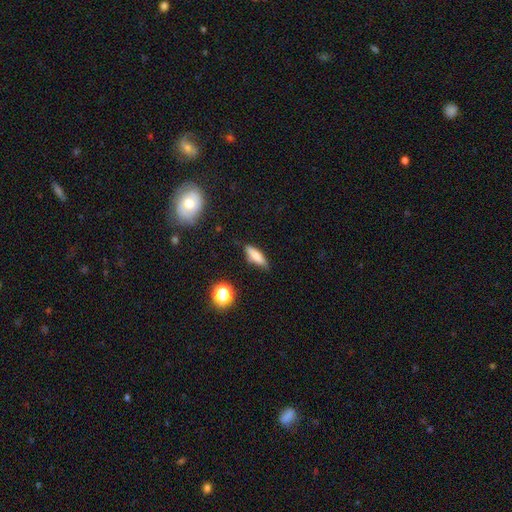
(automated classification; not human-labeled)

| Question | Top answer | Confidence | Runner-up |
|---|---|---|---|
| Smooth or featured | smooth | 75% | featured or disk (15%) |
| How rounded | cigar-shaped | 56% | in between (41%) |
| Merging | none | 74% | minor disturbance (19%) |